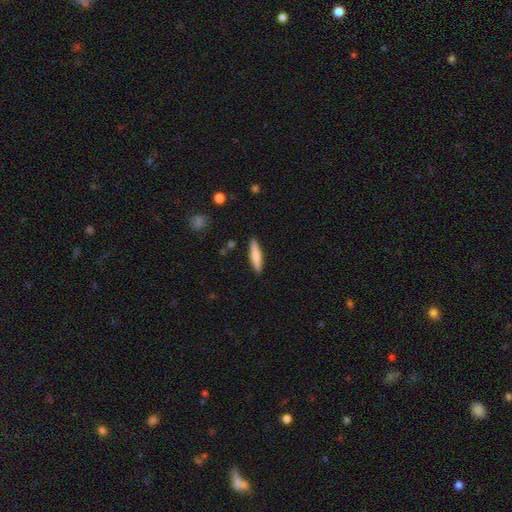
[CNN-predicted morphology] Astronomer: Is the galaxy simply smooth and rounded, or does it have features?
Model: smooth — 72%.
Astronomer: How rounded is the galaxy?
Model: cigar-shaped — 84%.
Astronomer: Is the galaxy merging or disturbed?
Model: none — 90%.